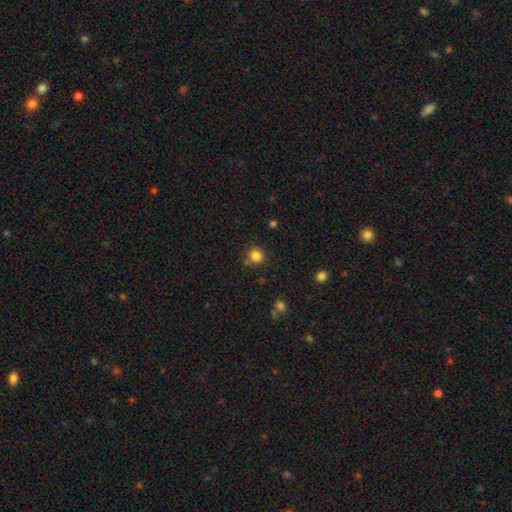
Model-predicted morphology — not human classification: Smooth or featured: smooth — 83% (star or artifact — 12%)
How rounded: round — 92% (in between — 7%)
Merging: none — 81% (minor disturbance — 11%)